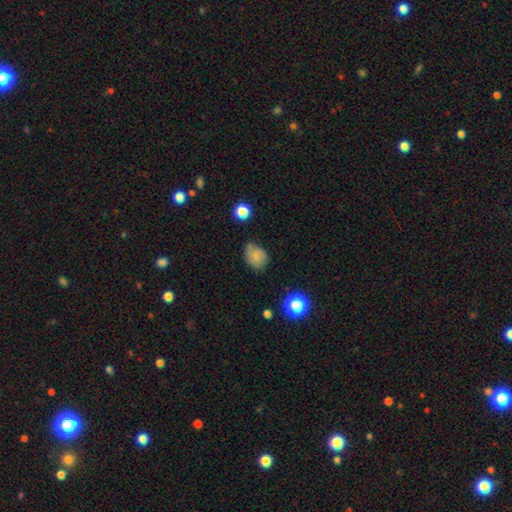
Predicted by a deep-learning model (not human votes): smooth_or_featured: smooth (p=0.68) [alt: featured or disk p=0.21]
how_rounded: in between (p=0.59) [alt: round p=0.40]
merging: none (p=0.61) [alt: minor disturbance p=0.30]